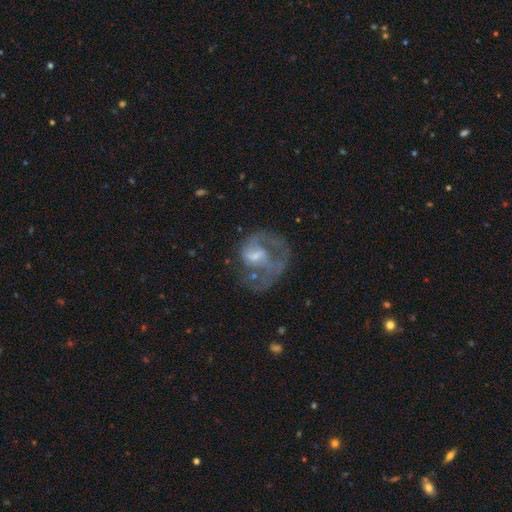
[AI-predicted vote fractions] smooth-or-featured: featured or disk: 68% | smooth: 22% | star or artifact: 10%
  disk-edge-on: no: 97% | yes: 3%
    bar: no: 49% | weak: 41% | strong: 9%
    has-spiral-arms: yes: 66% | no: 34%
    bulge-size: small: 40% | moderate: 34% | none: 19% | large: 6% | dominant: 1%
  merging: none: 40% | major disturbance: 38% | minor disturbance: 17% | merger: 5%